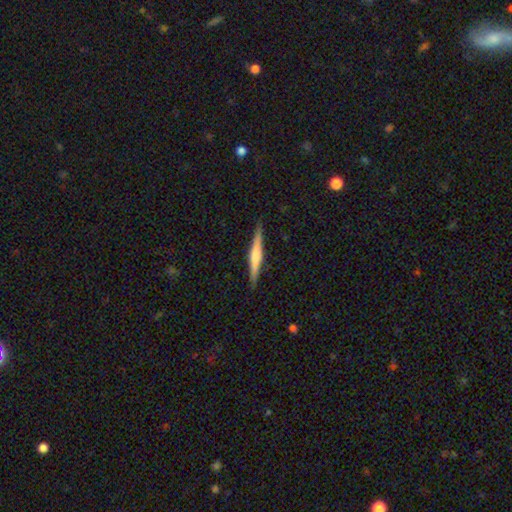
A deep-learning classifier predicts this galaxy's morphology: smooth_or_featured: featured or disk (p=0.56) [alt: smooth p=0.38]
disk_edge_on: yes (p=0.98) [alt: no p=0.02]
edge_on_bulge: rounded (p=0.52) [alt: boxy p=0.25]
merging: none (p=0.90) [alt: minor disturbance p=0.07]